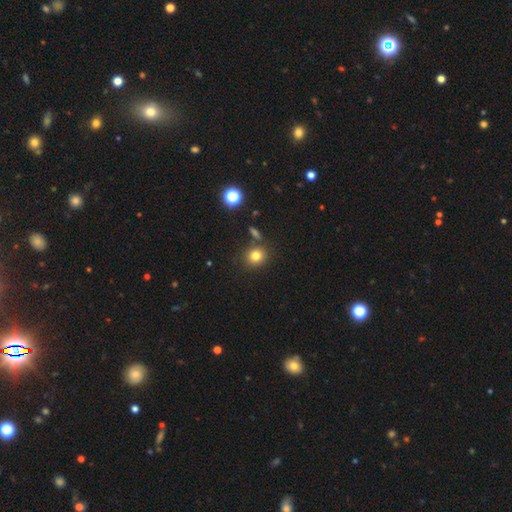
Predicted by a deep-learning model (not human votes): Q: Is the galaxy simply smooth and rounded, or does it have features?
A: smooth — 79%.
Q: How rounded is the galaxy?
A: round — 80%.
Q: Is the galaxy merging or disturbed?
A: none — 79%.